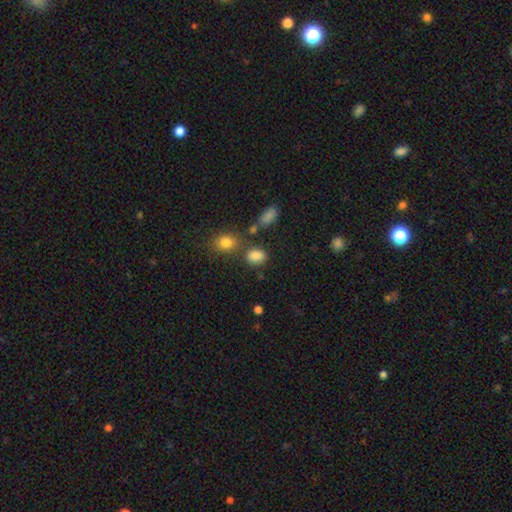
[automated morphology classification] The model was most divided on "how rounded": in between: 71%, round: 27%, cigar-shaped: 2%. More confident: smooth or featured — smooth (83%); merging — none (69%).